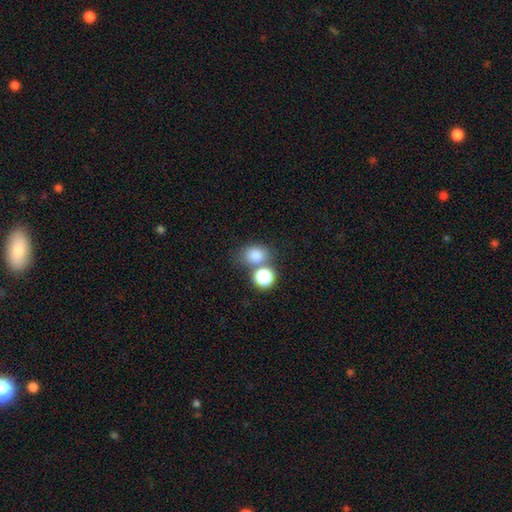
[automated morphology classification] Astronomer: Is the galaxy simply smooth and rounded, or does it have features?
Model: smooth — 80%.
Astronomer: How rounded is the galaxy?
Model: round — 59% (runner-up: in between, 40%).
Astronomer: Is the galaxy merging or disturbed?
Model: none — 53% (runner-up: merger, 33%).